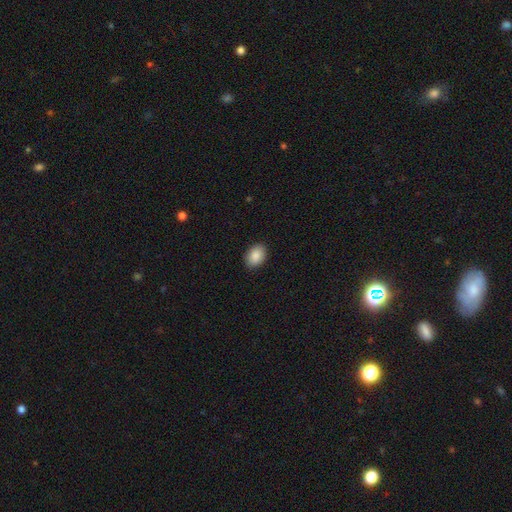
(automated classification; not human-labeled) This is clearly a smooth galaxy (89%). How rounded: clearly in between (83%). Merging: clearly none (89%).